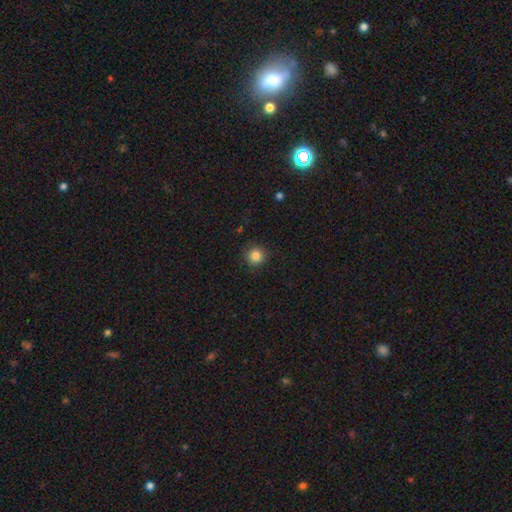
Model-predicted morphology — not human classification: Smooth or featured? Predicted: smooth (p=0.84). How rounded? Predicted: round (p=0.94). Merging? Predicted: none (p=0.90).